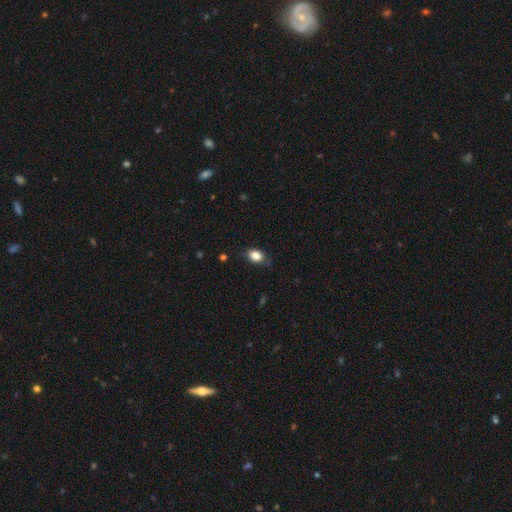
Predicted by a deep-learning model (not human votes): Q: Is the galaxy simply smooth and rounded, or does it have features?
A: smooth — 84%.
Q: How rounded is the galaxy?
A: in between — 69%.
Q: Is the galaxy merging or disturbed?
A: none — 74%.